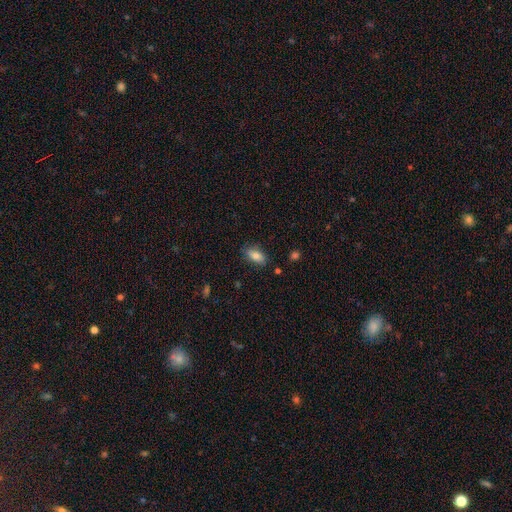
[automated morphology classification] smooth_or_featured: smooth (p=0.80) [alt: featured or disk p=0.13]
how_rounded: in between (p=0.87) [alt: cigar-shaped p=0.09]
merging: none (p=0.79) [alt: minor disturbance p=0.16]